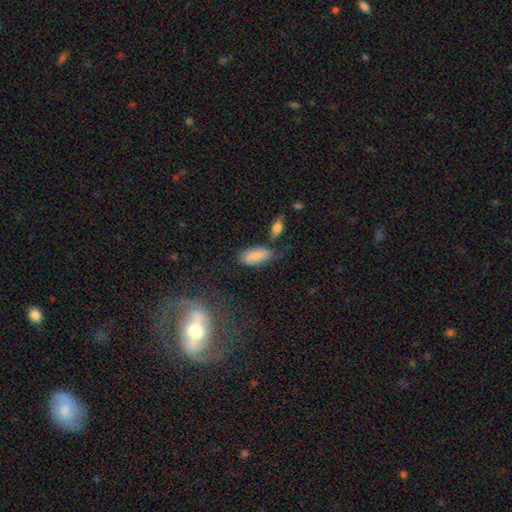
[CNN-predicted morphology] A smooth galaxy with no disk features (84%) that is in between round and cigar-shaped (87%). Merging: none (61%).